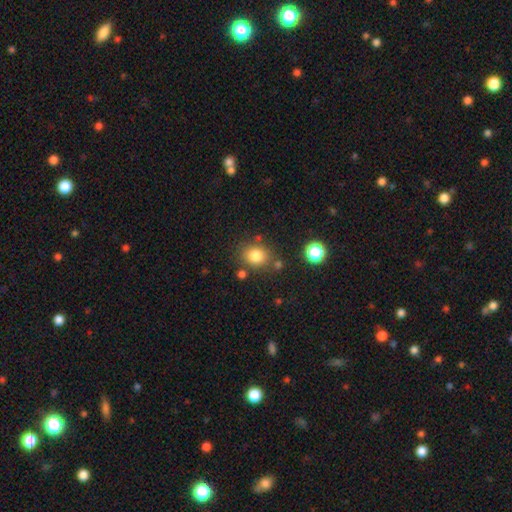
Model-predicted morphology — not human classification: smooth-or-featured: smooth: 81% | star or artifact: 12% | featured or disk: 7%
  how-rounded: round: 60% | in between: 39% | cigar-shaped: 1%
  merging: none: 75% | minor disturbance: 13% | merger: 8% | major disturbance: 4%